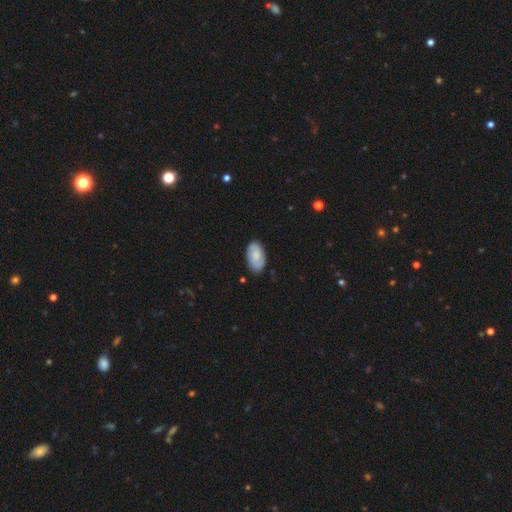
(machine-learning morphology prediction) smooth_or_featured: smooth (p=0.54) [alt: featured or disk p=0.39]
how_rounded: in between (p=0.94) [alt: round p=0.04]
merging: none (p=0.82) [alt: minor disturbance p=0.14]